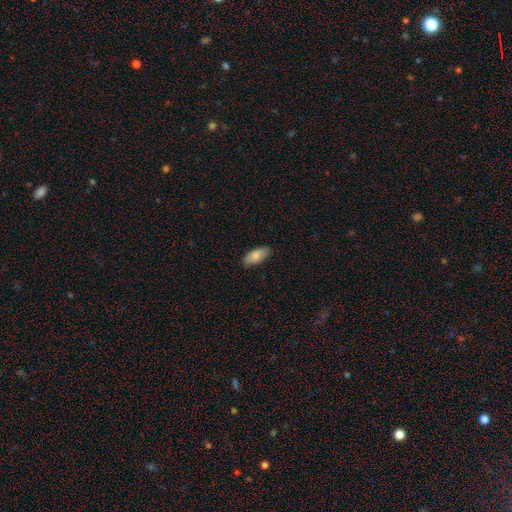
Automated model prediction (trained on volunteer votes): Smooth or featured?
  - smooth: 85% *
  - featured or disk: 9%
  - star or artifact: 6%
How rounded?
  - in between: 87% *
  - cigar-shaped: 11%
  - round: 2%
Merging?
  - none: 86% *
  - minor disturbance: 11%
  - major disturbance: 2%
  - merger: 1%